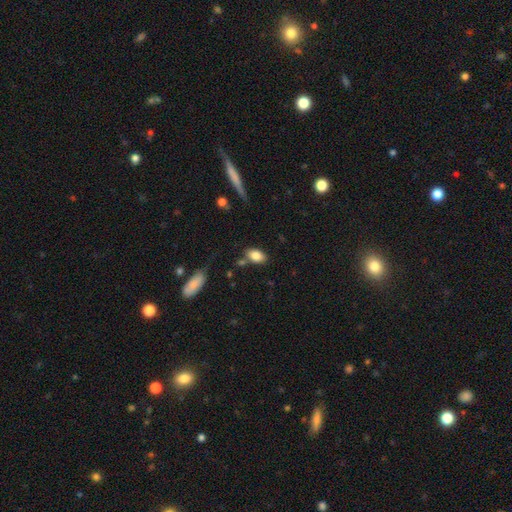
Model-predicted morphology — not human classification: Q: Smooth or featured?
A: smooth (83%); runner-up: featured or disk (9%)
Q: How rounded?
A: in between (89%); runner-up: round (8%)
Q: Merging?
A: none (73%); runner-up: minor disturbance (15%)